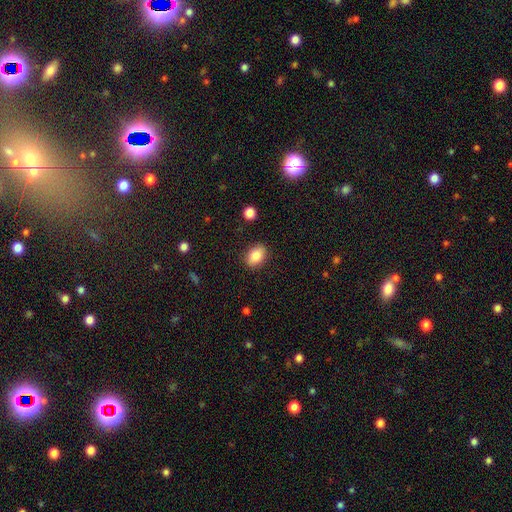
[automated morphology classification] Smooth or featured? Predicted: smooth (p=0.84). How rounded? Predicted: in between (p=0.80). Merging? Predicted: none (p=0.87).